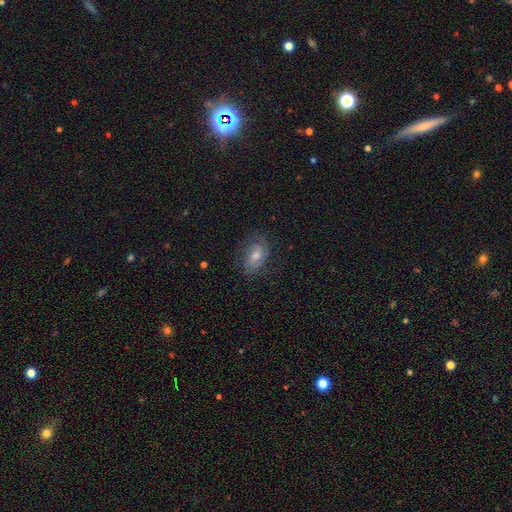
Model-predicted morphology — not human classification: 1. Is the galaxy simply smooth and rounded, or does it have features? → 51% featured or disk, 34% smooth, 14% star or artifact.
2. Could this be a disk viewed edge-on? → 94% no, 6% yes.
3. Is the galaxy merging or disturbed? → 76% none, 16% minor disturbance, 7% major disturbance, 1% merger.